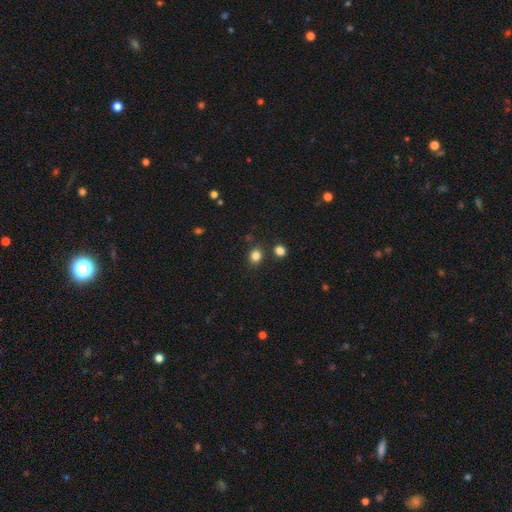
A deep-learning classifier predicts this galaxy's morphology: A smooth galaxy with no disk features (83%) that is round (66%). Merging: none (82%).